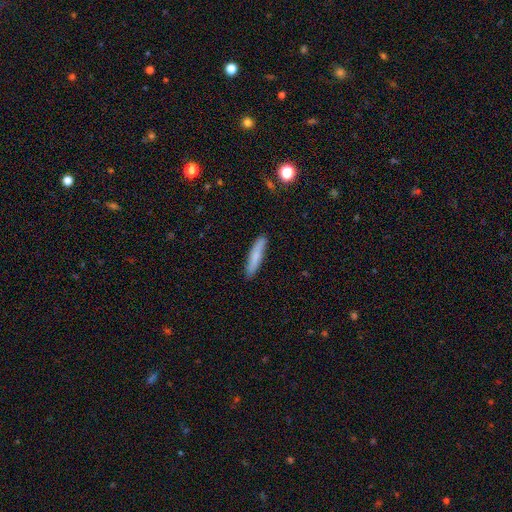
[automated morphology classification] A smooth galaxy with no disk features (76%) that is cigar-shaped (89%).

Vote fractions:
- Smooth or featured? smooth: 76% / featured or disk: 18% / star or artifact: 6%
- How rounded? cigar-shaped: 89% / in between: 9% / round: 1%
- Merging? none: 88% / minor disturbance: 9% / major disturbance: 2% / merger: 1%